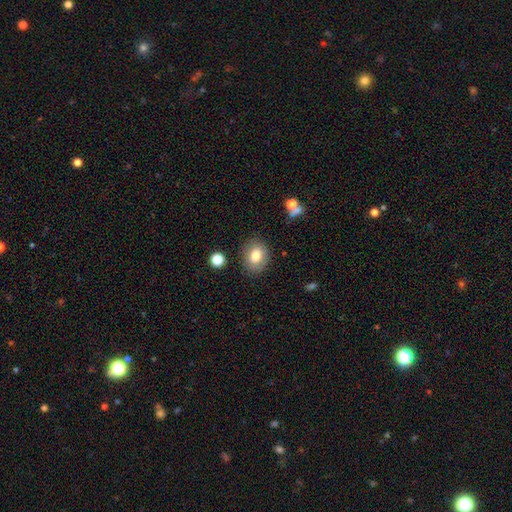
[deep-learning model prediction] smooth 77%, featured or disk 13%, star or artifact 9%. Down the decision tree: how rounded — in between (54%); merging — none (84%).